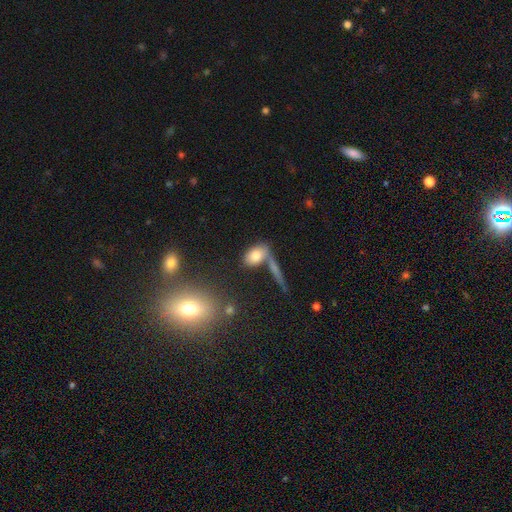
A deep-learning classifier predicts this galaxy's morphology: smooth-or-featured: smooth: 77% | featured or disk: 13% | star or artifact: 9%
  how-rounded: in between: 84% | round: 11% | cigar-shaped: 5%
  merging: none: 52% | merger: 28% | minor disturbance: 13% | major disturbance: 6%